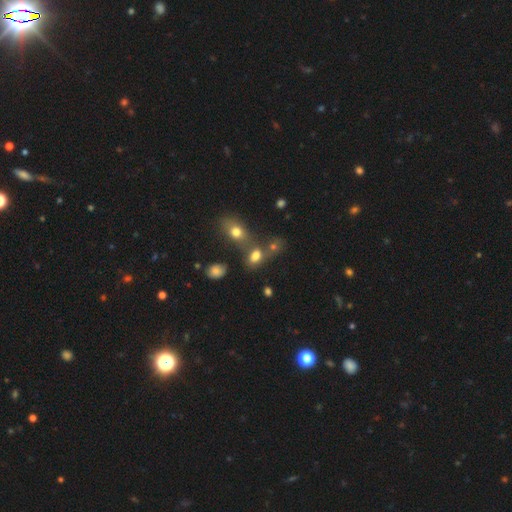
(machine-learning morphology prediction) The model was most divided on "merging": merger: 43%, none: 36%, minor disturbance: 12%, major disturbance: 8%. More confident: how rounded — in between (76%); smooth or featured — smooth (73%).